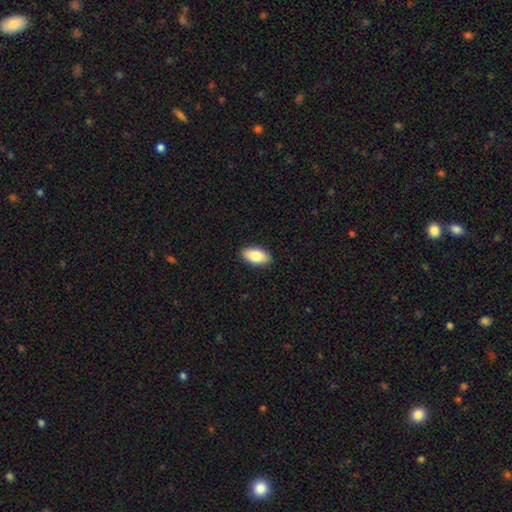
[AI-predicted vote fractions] smooth-or-featured: smooth: 86% | featured or disk: 8% | star or artifact: 6%
  how-rounded: in between: 93% | cigar-shaped: 4% | round: 3%
  merging: none: 90% | minor disturbance: 7% | major disturbance: 2% | merger: 1%